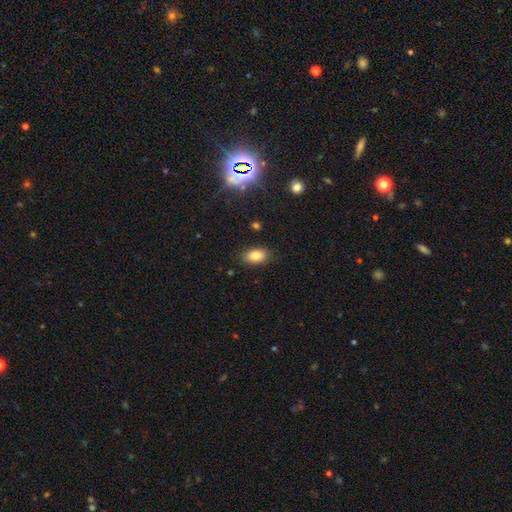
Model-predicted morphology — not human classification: This is clearly a smooth galaxy (82%). How rounded: clearly in between (88%). Merging: clearly none (85%).